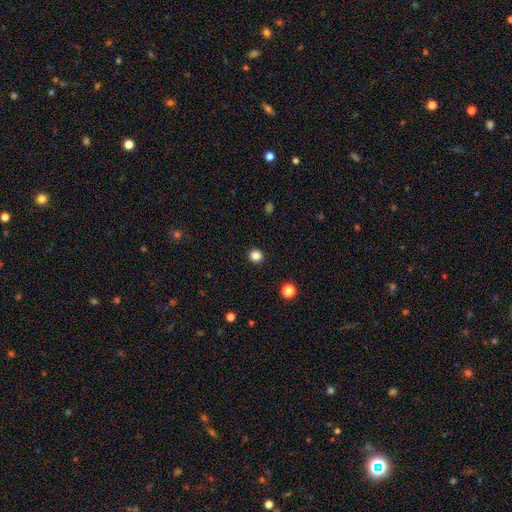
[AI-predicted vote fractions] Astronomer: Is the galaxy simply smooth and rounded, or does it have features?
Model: smooth — 84%.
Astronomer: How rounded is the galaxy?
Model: round — 93%.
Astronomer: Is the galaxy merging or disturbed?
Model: none — 93%.